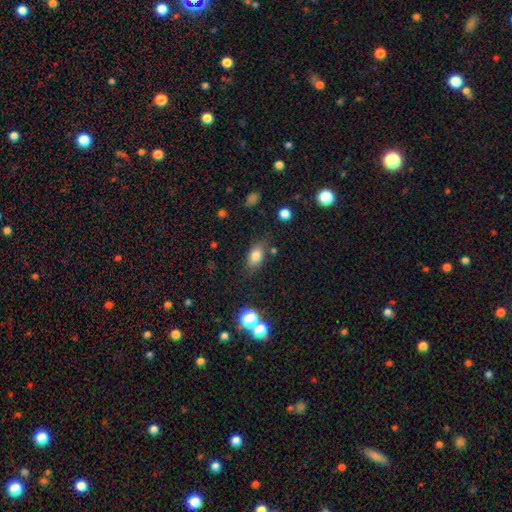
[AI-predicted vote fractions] smooth_or_featured: smooth (p=0.79) [alt: star or artifact p=0.11]
how_rounded: in between (p=0.83) [alt: round p=0.13]
merging: none (p=0.75) [alt: minor disturbance p=0.16]